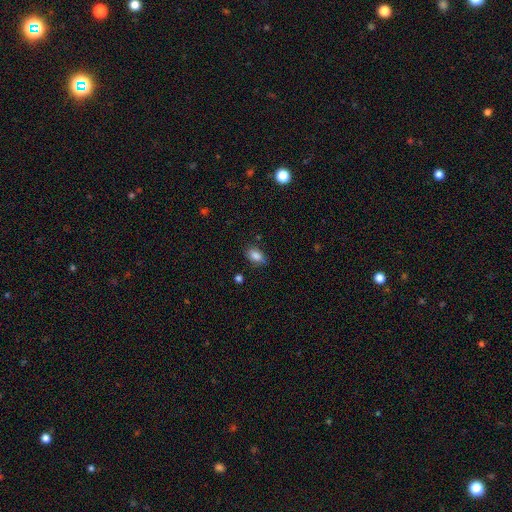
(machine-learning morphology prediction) This is clearly a smooth galaxy (84%). How rounded: clearly in between (87%). Merging: likely none (75%).